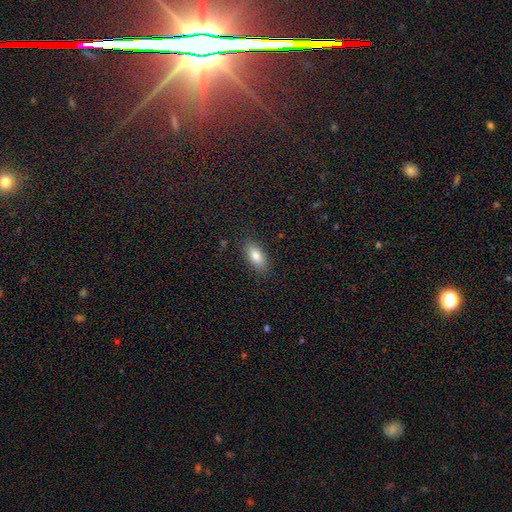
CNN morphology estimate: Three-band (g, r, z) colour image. It shows a smooth galaxy with no disk features (84%) that is in between round and cigar-shaped (88%). Merging: none (86%).